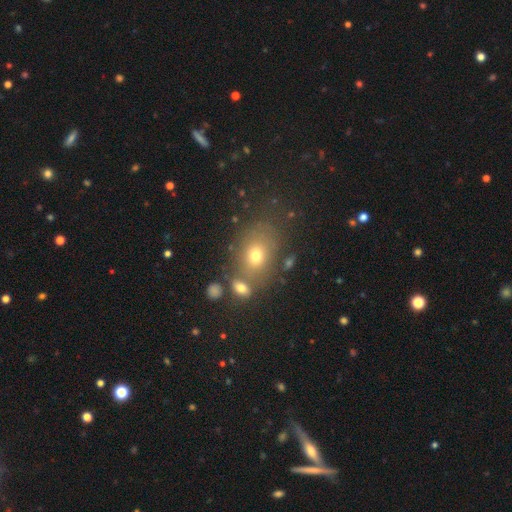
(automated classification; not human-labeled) The model was most divided on "how rounded": in between: 63%, round: 35%, cigar-shaped: 1%. More confident: smooth or featured — smooth (67%); merging — none (64%).